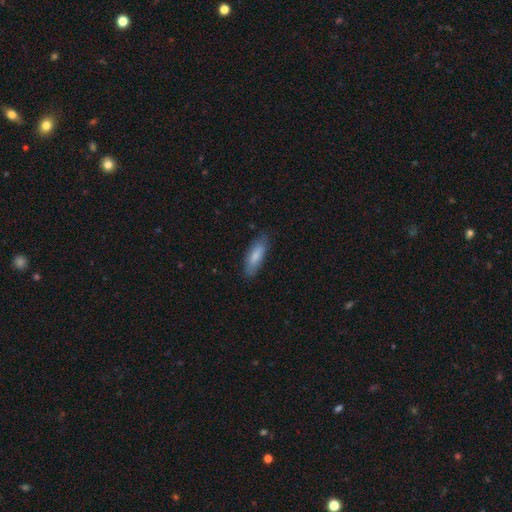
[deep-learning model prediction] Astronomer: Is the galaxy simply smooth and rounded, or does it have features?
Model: smooth — 81%.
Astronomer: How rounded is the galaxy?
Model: in between — 55% (runner-up: cigar-shaped, 44%).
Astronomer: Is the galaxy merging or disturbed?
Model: none — 81%.